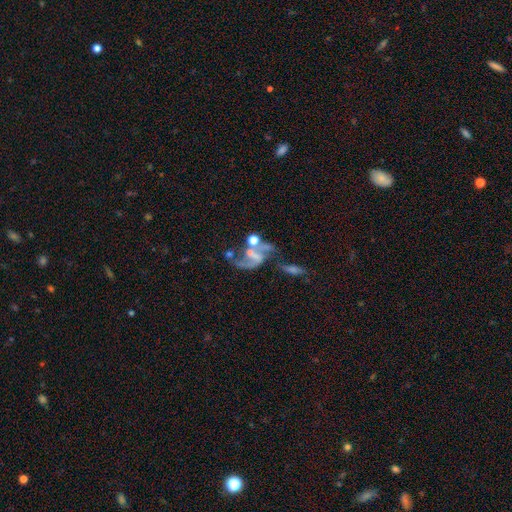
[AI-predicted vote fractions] Overall: featured or disk (74%). Edge-on disk: no (97%). Bar: no (39%; weak 37%). Spiral arms: yes (84%). Spiral arm count: 2 (82%). Spiral winding: loose (62%; medium 31%). Bulge size: small (40%; none 34%). Merging: merger (31%; none 30%).